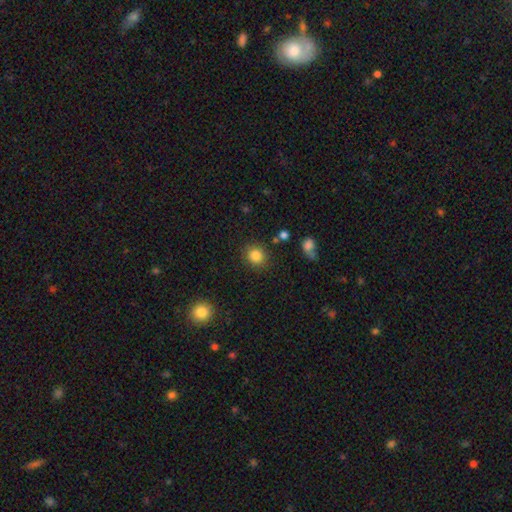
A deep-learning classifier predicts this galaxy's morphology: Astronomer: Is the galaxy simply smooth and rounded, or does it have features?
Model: smooth — 85%.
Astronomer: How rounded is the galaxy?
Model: round — 86%.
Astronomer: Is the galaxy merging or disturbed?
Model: none — 87%.